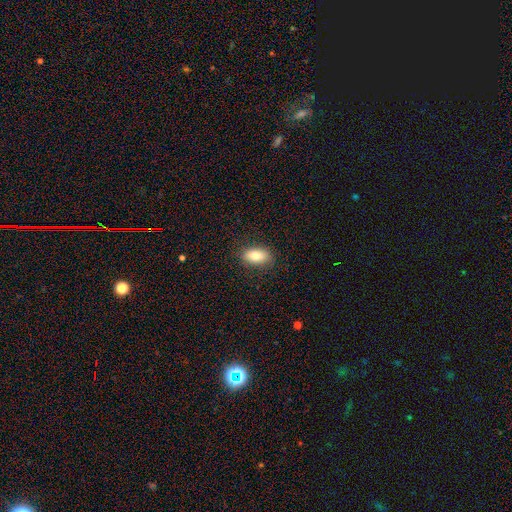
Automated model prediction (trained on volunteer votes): smooth_or_featured: smooth (p=0.83) [alt: featured or disk p=0.10]
how_rounded: in between (p=0.89) [alt: round p=0.06]
merging: none (p=0.86) [alt: minor disturbance p=0.10]